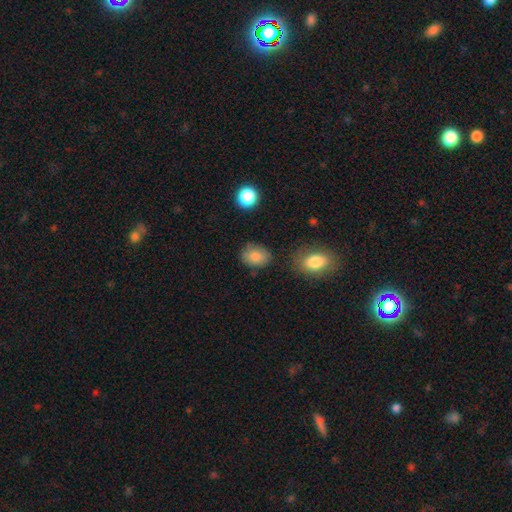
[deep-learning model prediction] Smooth or featured? Predicted: smooth (p=0.84). How rounded? Predicted: in between (p=0.65). Merging? Predicted: none (p=0.77).